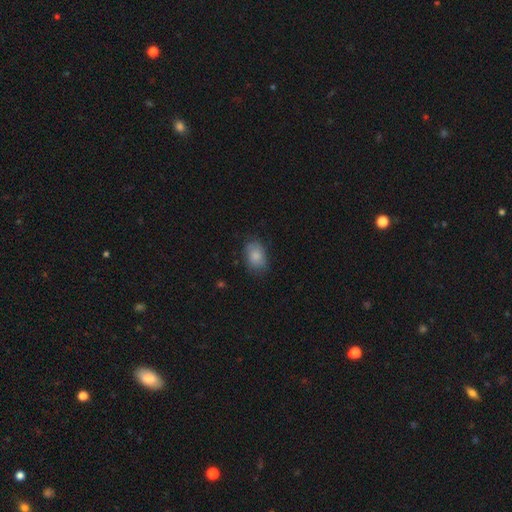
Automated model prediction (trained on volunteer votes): Overall: smooth (83%). How rounded: in between (80%). Merging: none (73%).